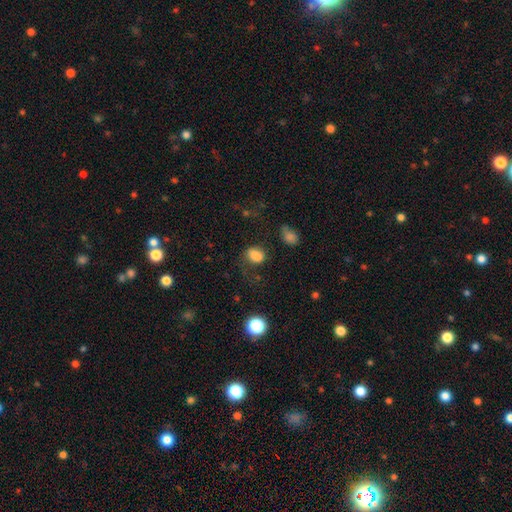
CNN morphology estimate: smooth 80%, star or artifact 12%, featured or disk 8%. Down the decision tree: how rounded — in between (64%); merging — none (50%).